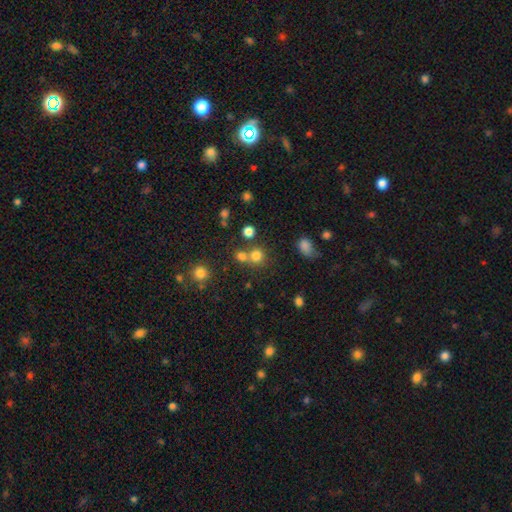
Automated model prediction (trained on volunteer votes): The model was most divided on "merging": none: 59%, merger: 31%, minor disturbance: 7%, major disturbance: 3%. More confident: how rounded — round (88%); smooth or featured — smooth (75%).